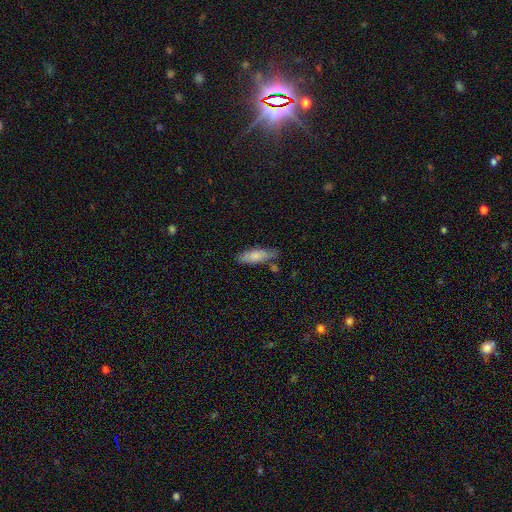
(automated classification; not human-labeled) Smooth or featured? smooth (79%)
How rounded? in between (52%)
Merging? none (71%)